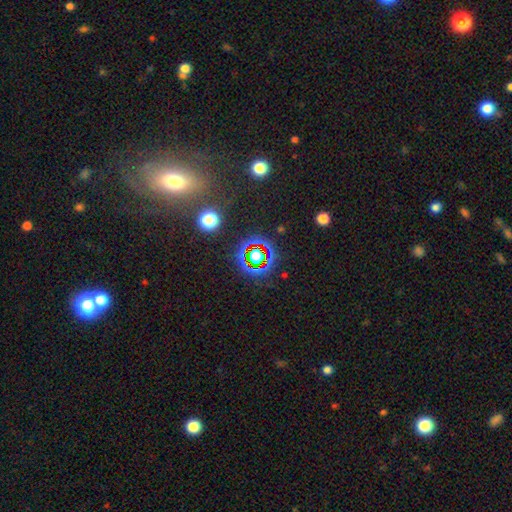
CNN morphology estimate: A star or artifact, not a galaxy (68%).

Vote fractions:
- Smooth or featured? star or artifact: 68% / smooth: 20% / featured or disk: 11%